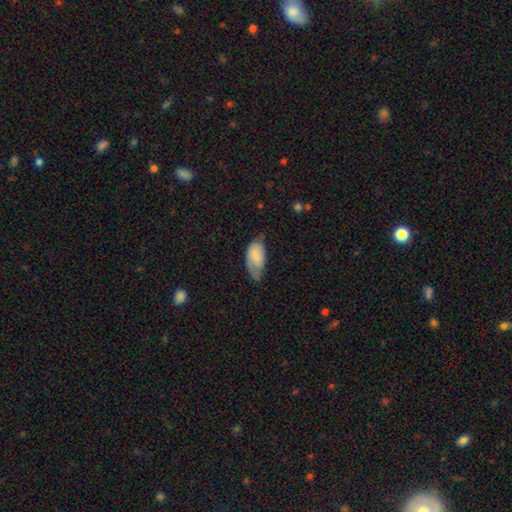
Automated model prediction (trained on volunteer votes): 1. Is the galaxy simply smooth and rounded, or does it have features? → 74% smooth, 20% featured or disk, 6% star or artifact.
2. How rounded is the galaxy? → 94% in between, 4% cigar-shaped, 3% round.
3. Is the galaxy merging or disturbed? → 43% minor disturbance, 35% none, 20% major disturbance, 2% merger.